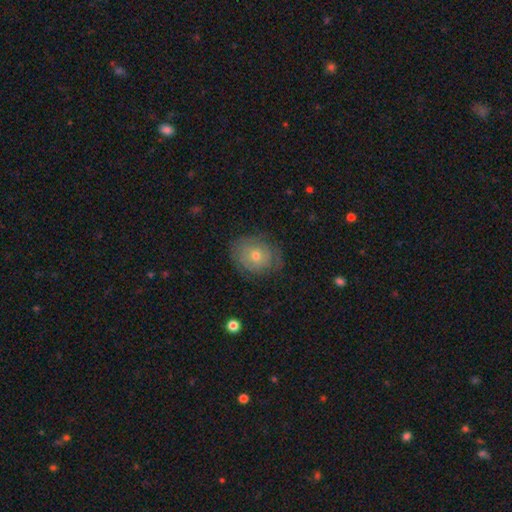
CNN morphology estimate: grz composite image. It shows a featured or disk galaxy (48%). Merging: none (71%).